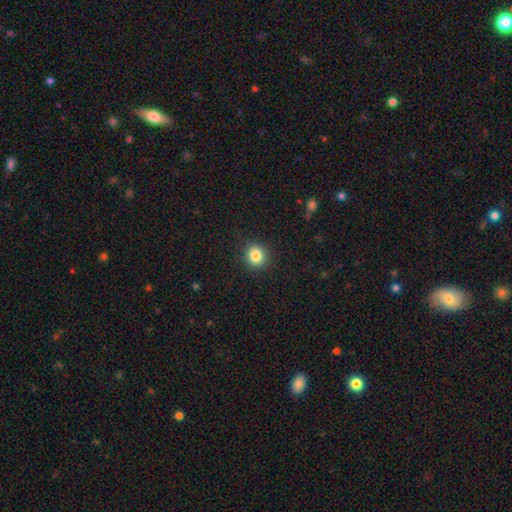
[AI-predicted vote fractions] This appears to be a smooth galaxy with no disk features (85%) that is round (87%). Merging: none (90%).